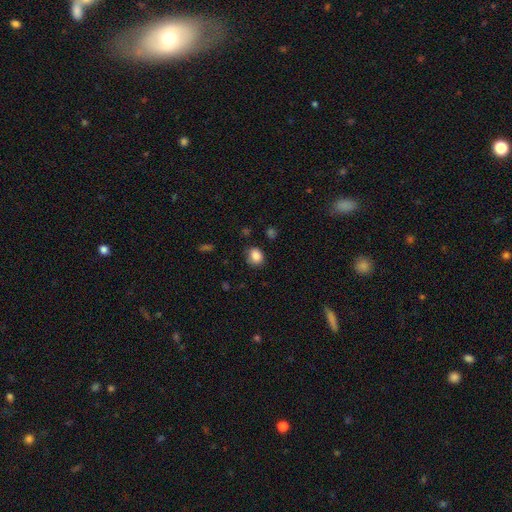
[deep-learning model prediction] smooth_or_featured: smooth (p=0.86) [alt: star or artifact p=0.10]
how_rounded: round (p=0.62) [alt: in between p=0.37]
merging: none (p=0.74) [alt: minor disturbance p=0.19]